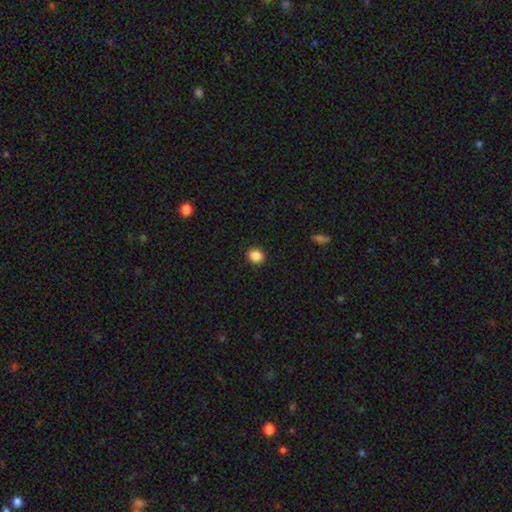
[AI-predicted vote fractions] smooth_or_featured: smooth (p=0.88) [alt: star or artifact p=0.09]
how_rounded: round (p=0.58) [alt: in between p=0.41]
merging: none (p=0.91) [alt: minor disturbance p=0.06]